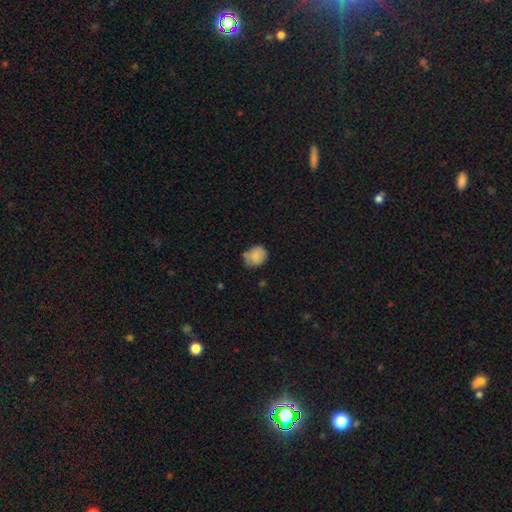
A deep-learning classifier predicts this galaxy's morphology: smooth-or-featured: smooth: 81% | featured or disk: 11% | star or artifact: 8%
  how-rounded: round: 60% | in between: 39% | cigar-shaped: 1%
  merging: none: 63% | minor disturbance: 28% | major disturbance: 6% | merger: 3%